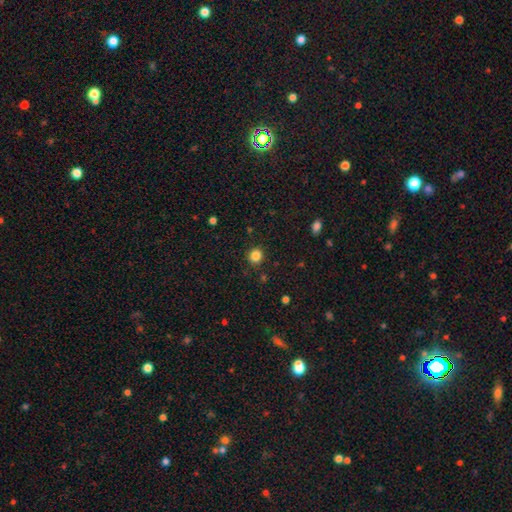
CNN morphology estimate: type=smooth (84%); roundness=round (86%); merging=none (89%).